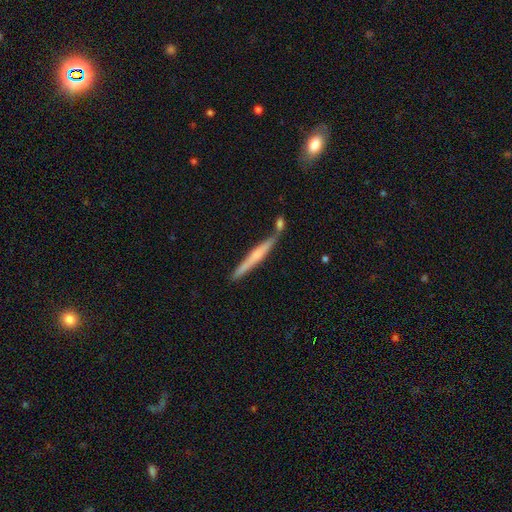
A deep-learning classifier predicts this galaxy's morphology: A featured or disk galaxy (54%) viewed edge-on (96%) with a rounded central bulge (46%).

Vote fractions:
- Smooth or featured? featured or disk: 54% / smooth: 39% / star or artifact: 6%
- Edge-on disk? yes: 96% / no: 4%
- Edge-on bulge? rounded: 46% / none: 41% / boxy: 13%
- Merging? none: 70% / merger: 14% / minor disturbance: 12% / major disturbance: 3%